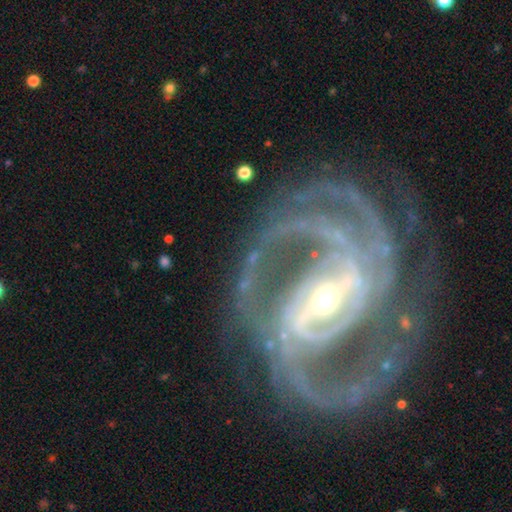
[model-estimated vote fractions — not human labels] Smooth or featured? Predicted: featured or disk (p=0.93). Edge-on disk? Predicted: no (p=0.98). Bar? Predicted: strong (p=0.66). Spiral arms? Predicted: yes (p=0.98). Spiral winding? Predicted: medium (p=0.52). Spiral arm count? Predicted: 2 (p=0.40). Bulge size? Predicted: small (p=0.66). Merging? Predicted: none (p=0.68).